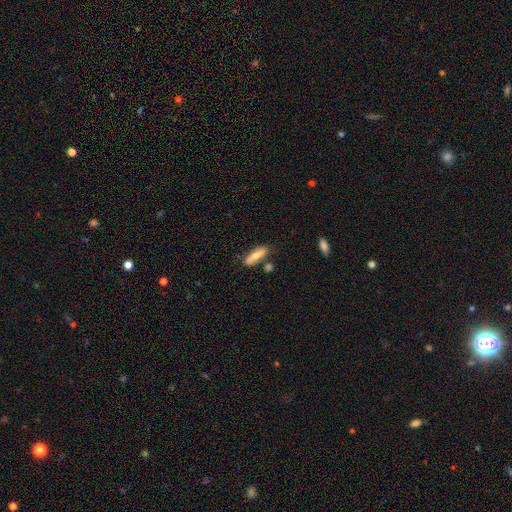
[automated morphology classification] Smooth or featured?
  - smooth: 67% *
  - featured or disk: 27%
  - star or artifact: 6%
How rounded?
  - in between: 55% *
  - cigar-shaped: 43%
  - round: 3%
Merging?
  - none: 72% *
  - minor disturbance: 17%
  - merger: 7%
  - major disturbance: 4%